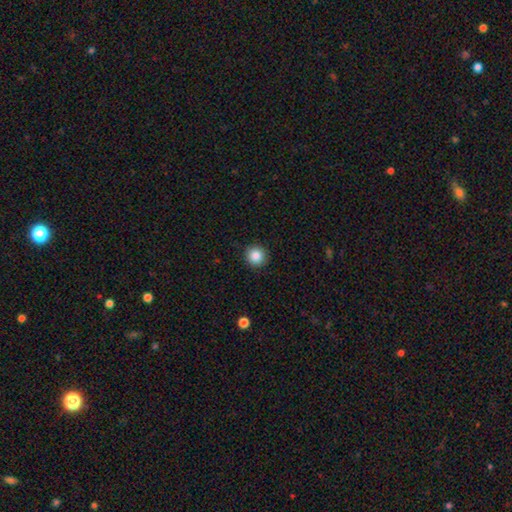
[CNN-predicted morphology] Smooth or featured?
  - smooth: 86% *
  - star or artifact: 9%
  - featured or disk: 5%
How rounded?
  - round: 95% *
  - in between: 4%
  - cigar-shaped: 1%
Merging?
  - none: 91% *
  - minor disturbance: 6%
  - major disturbance: 2%
  - merger: 1%